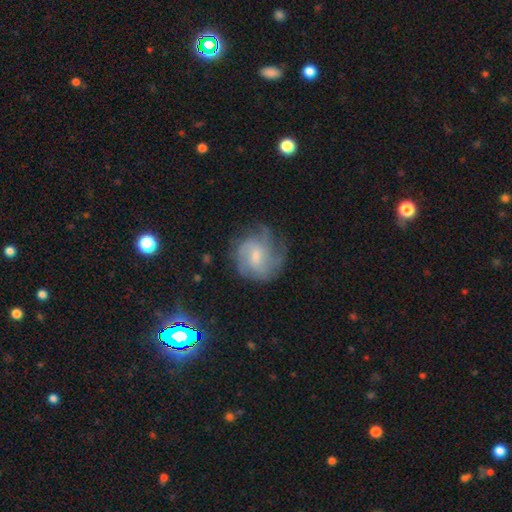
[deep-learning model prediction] Smooth or featured? featured or disk (69%)
Edge-on disk? no (98%)
Bar? weak (49%)
Spiral arms? yes (89%)
Spiral winding? medium (41%)
Spiral arm count? can't tell (36%)
Bulge size? small (43%, tied with moderate)
Merging? none (59%)